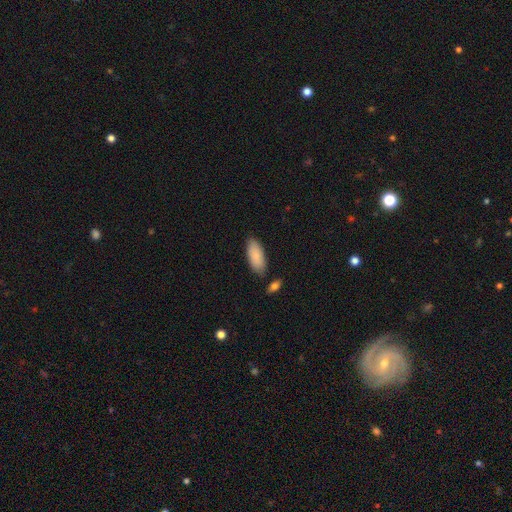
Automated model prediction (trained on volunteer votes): Smooth or featured? smooth (88%)
How rounded? in between (85%)
Merging? none (81%)